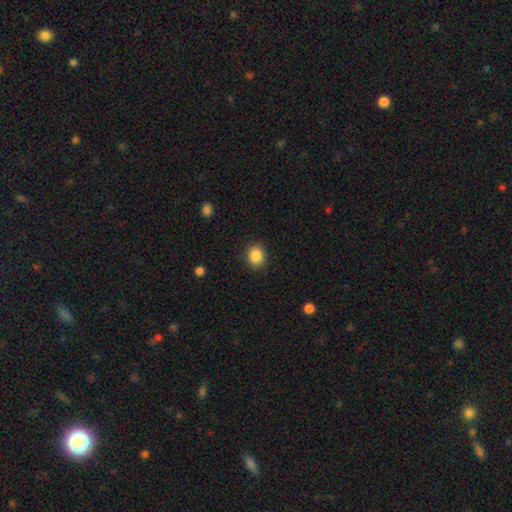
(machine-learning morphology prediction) Q: Smooth or featured?
A: smooth (87%); runner-up: star or artifact (9%)
Q: How rounded?
A: round (66%); runner-up: in between (33%)
Q: Merging?
A: none (89%); runner-up: minor disturbance (8%)